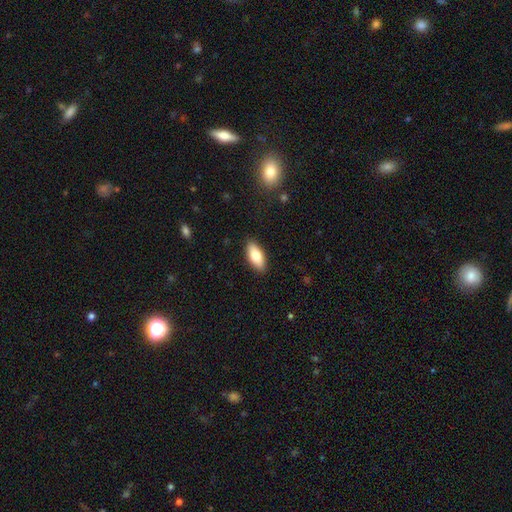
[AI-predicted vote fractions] Smooth or featured? Predicted: smooth (p=0.81). How rounded? Predicted: in between (p=0.84). Merging? Predicted: none (p=0.88).